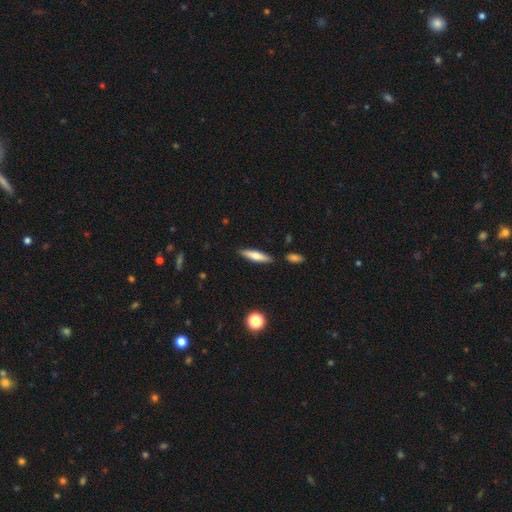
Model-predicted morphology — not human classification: This appears to be a smooth galaxy with no disk features (66%) that is cigar-shaped (76%). Merging: none (85%).